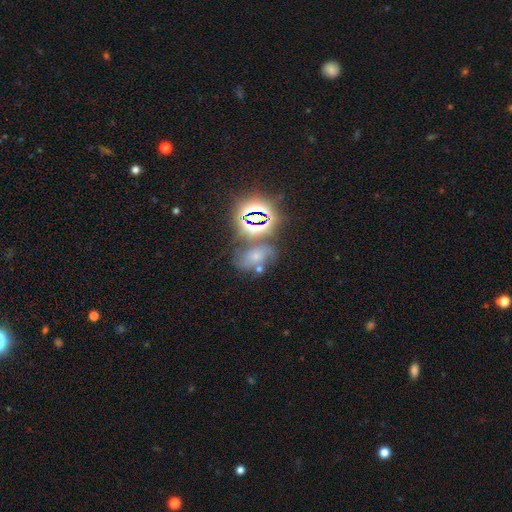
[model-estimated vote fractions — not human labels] Q: Smooth or featured?
A: star or artifact (35%); runner-up: smooth (34%)